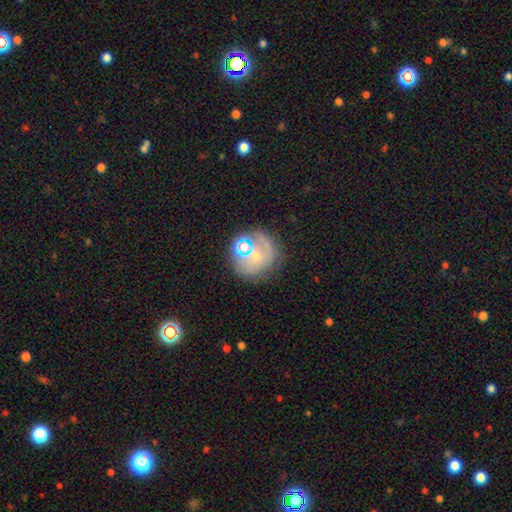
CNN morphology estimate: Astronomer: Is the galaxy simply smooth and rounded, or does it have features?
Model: featured or disk — 42% (runner-up: smooth, 40%).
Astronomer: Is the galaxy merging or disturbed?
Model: none — 67%.